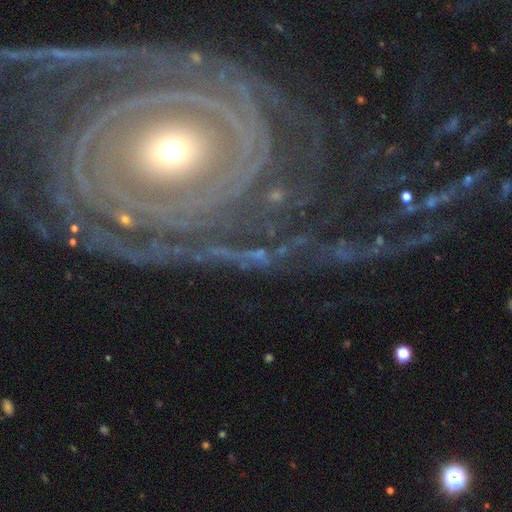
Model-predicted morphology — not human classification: This appears to be a featured or disk galaxy (83%) with no bar (65%), tight (76%) spiral arms (93%) and a moderate central bulge (47%). Merging: none (71%).